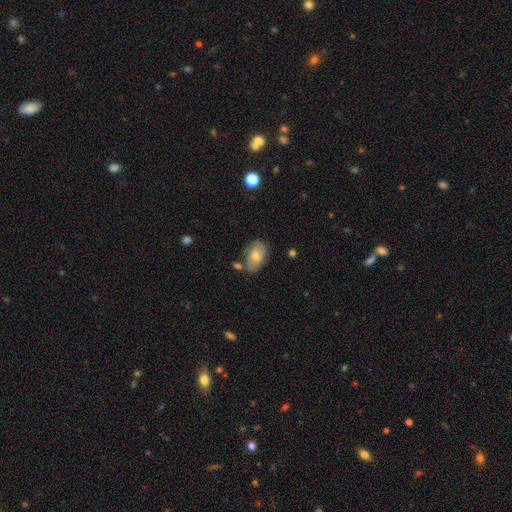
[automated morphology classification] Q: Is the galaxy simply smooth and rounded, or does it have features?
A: smooth — 61%.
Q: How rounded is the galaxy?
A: in between — 88%.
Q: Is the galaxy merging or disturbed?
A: none — 68%.